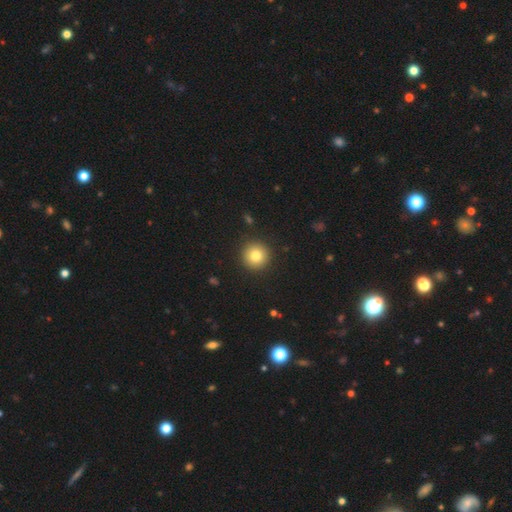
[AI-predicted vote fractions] A smooth galaxy with no disk features (81%) that is round (95%).

Vote fractions:
- Smooth or featured? smooth: 81% / star or artifact: 10% / featured or disk: 8%
- How rounded? round: 95% / in between: 4% / cigar-shaped: 1%
- Merging? none: 92% / minor disturbance: 5% / major disturbance: 2% / merger: 1%